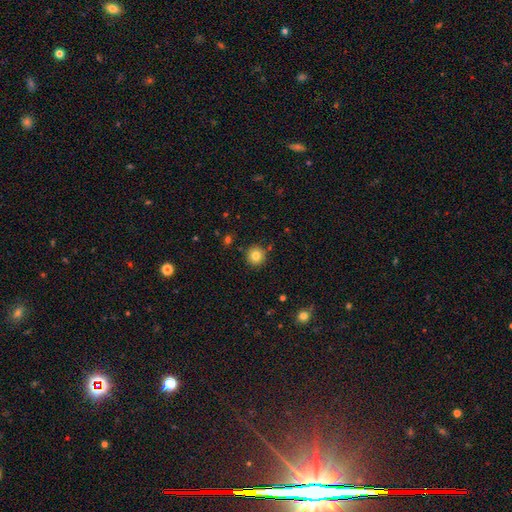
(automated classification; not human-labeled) This appears to be a smooth galaxy with no disk features (81%) that is round (95%). Merging: none (89%).